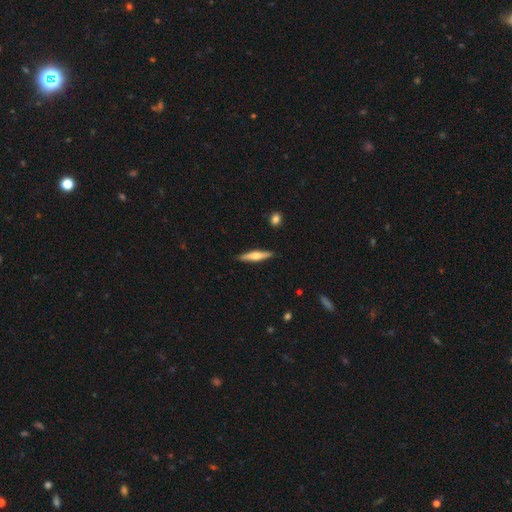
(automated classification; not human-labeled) The model was most divided on "smooth or featured": featured or disk: 55%, smooth: 40%, star or artifact: 5%. More confident: edge-on disk — yes (96%); merging — none (90%); edge-on bulge — rounded (89%).